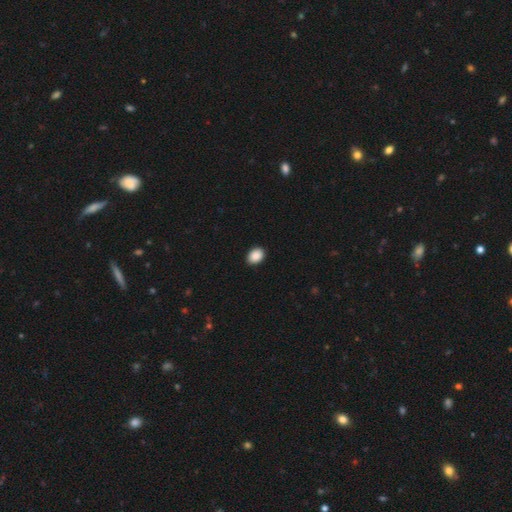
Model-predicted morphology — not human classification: The model was most divided on "how rounded": in between: 73%, round: 26%, cigar-shaped: 1%. More confident: smooth or featured — smooth (90%); merging — none (89%).